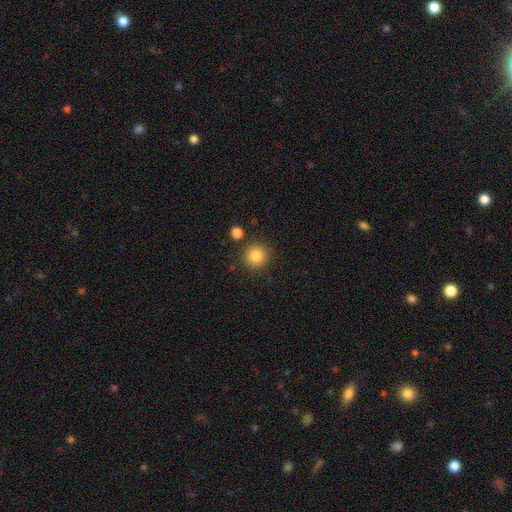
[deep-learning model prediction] Smooth or featured? Predicted: smooth (p=0.85). How rounded? Predicted: round (p=0.93). Merging? Predicted: none (p=0.85).